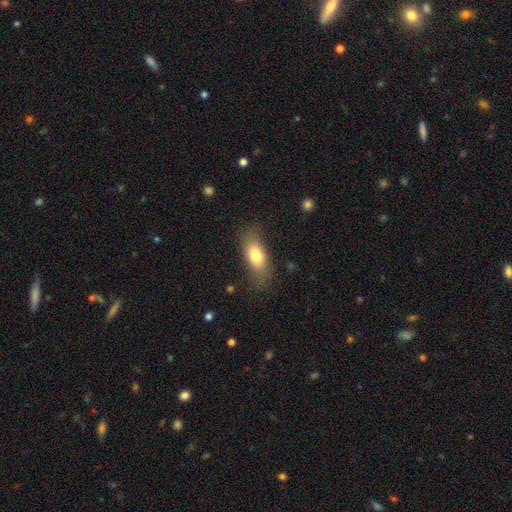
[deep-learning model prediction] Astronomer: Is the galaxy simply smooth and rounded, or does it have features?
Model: smooth — 74%.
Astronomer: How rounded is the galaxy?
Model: in between — 83%.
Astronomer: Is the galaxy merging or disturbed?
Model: none — 70%.